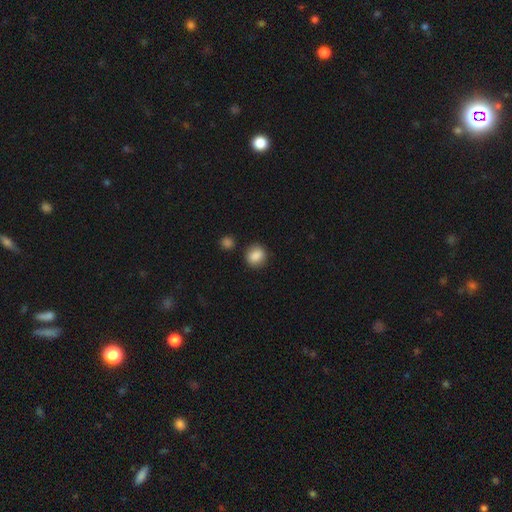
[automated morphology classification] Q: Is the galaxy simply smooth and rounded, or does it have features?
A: smooth — 88%.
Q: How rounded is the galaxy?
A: round — 72%.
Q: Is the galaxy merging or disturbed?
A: none — 83%.